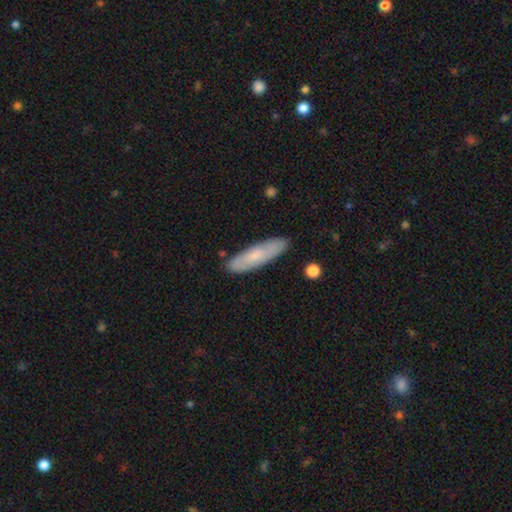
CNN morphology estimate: smooth-or-featured: smooth: 67% | featured or disk: 27% | star or artifact: 6%
  how-rounded: cigar-shaped: 67% | in between: 31% | round: 2%
  merging: none: 85% | minor disturbance: 11% | major disturbance: 2% | merger: 2%